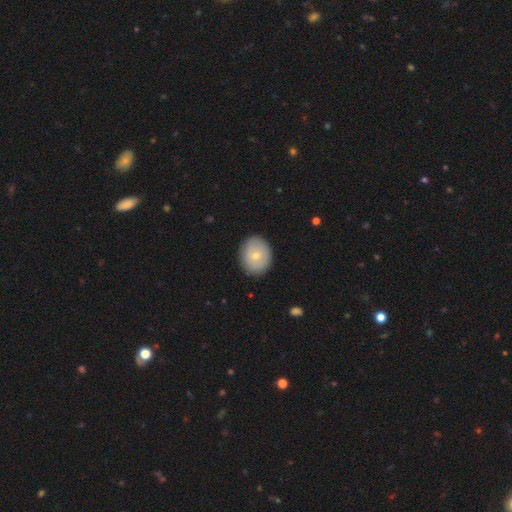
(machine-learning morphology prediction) A smooth galaxy with no disk features (70%) that is round (56%).

Vote fractions:
- Smooth or featured? smooth: 70% / featured or disk: 23% / star or artifact: 7%
- How rounded? round: 56% / in between: 43% / cigar-shaped: 1%
- Merging? none: 86% / minor disturbance: 10% / major disturbance: 3% / merger: 1%